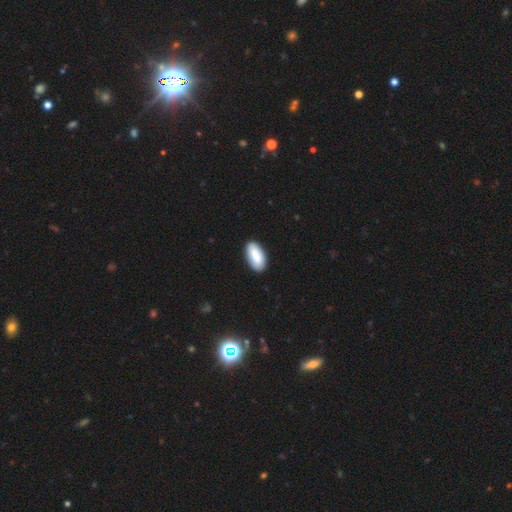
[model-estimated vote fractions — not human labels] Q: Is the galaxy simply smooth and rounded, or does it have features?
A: smooth — 85%.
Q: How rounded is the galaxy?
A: in between — 92%.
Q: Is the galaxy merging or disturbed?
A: none — 88%.